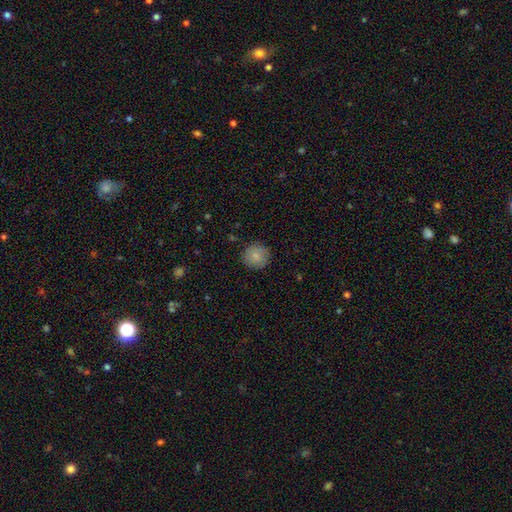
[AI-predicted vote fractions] A smooth galaxy with no disk features (83%) that is round (92%).

Vote fractions:
- Smooth or featured? smooth: 83% / featured or disk: 9% / star or artifact: 8%
- How rounded? round: 92% / in between: 7% / cigar-shaped: 1%
- Merging? none: 87% / minor disturbance: 9% / major disturbance: 2% / merger: 1%